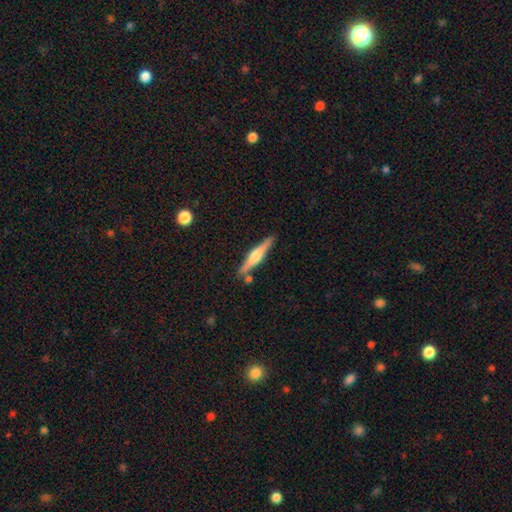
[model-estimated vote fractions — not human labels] A featured or disk galaxy (65%) viewed edge-on (98%) with a rounded central bulge (84%). Merging: none (84%).